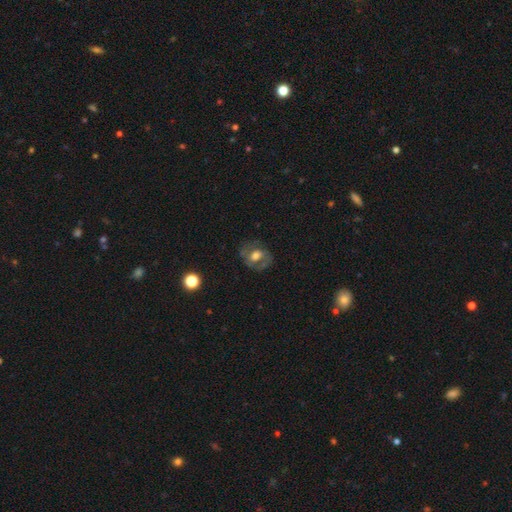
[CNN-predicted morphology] Smooth or featured: featured or disk — 54% (smooth — 38%)
Edge-on disk: no — 95% (yes — 5%)
Bar: no — 56% (weak — 33%)
Spiral arms: yes — 54% (no — 46%)
Bulge size: moderate — 53% (large — 33%)
Merging: none — 68% (minor disturbance — 18%)